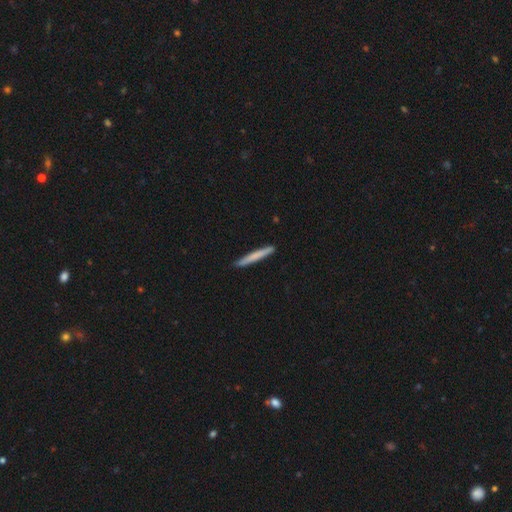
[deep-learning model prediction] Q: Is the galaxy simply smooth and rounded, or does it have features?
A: smooth — 71%.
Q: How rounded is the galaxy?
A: cigar-shaped — 97%.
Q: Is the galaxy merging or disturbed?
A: none — 91%.